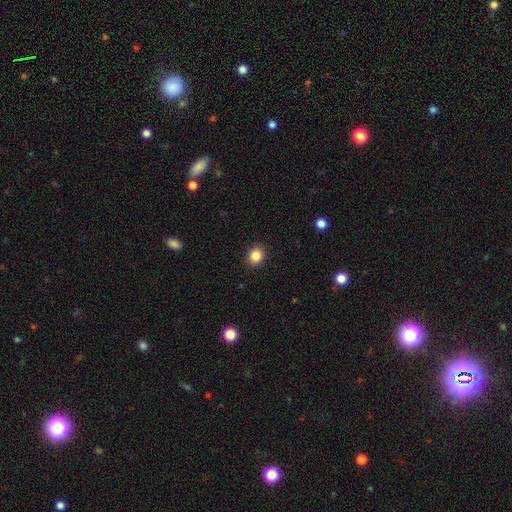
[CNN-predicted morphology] This appears to be a smooth galaxy with no disk features (85%) that is round (65%). Merging: none (91%).